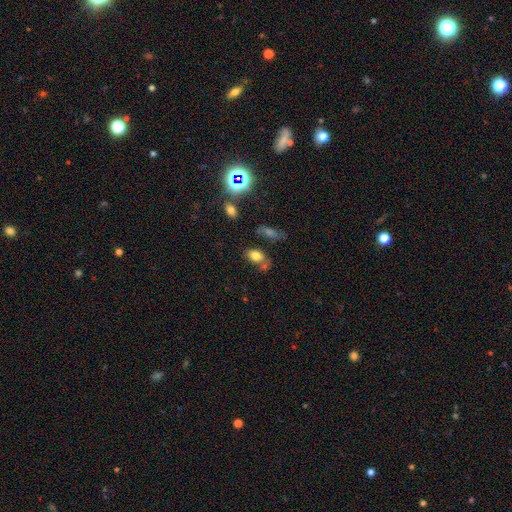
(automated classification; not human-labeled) smooth_or_featured: smooth (p=0.75) [alt: star or artifact p=0.13]
how_rounded: in between (p=0.81) [alt: round p=0.17]
merging: none (p=0.56) [alt: merger p=0.18]